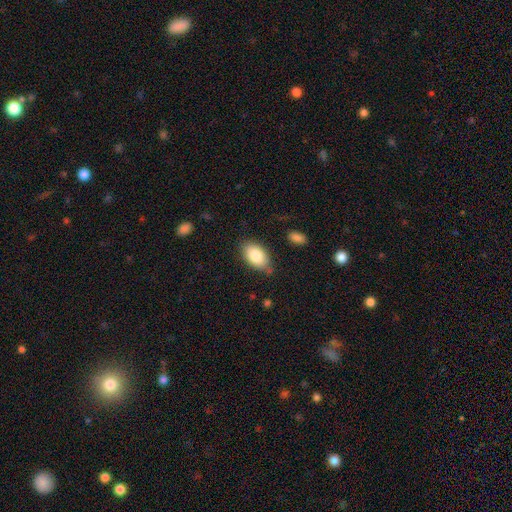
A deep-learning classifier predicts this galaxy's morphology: A smooth galaxy with no disk features (84%) that is in between round and cigar-shaped (93%).

Vote fractions:
- Smooth or featured? smooth: 84% / featured or disk: 9% / star or artifact: 7%
- How rounded? in between: 93% / round: 6% / cigar-shaped: 2%
- Merging? none: 76% / minor disturbance: 17% / major disturbance: 4% / merger: 3%